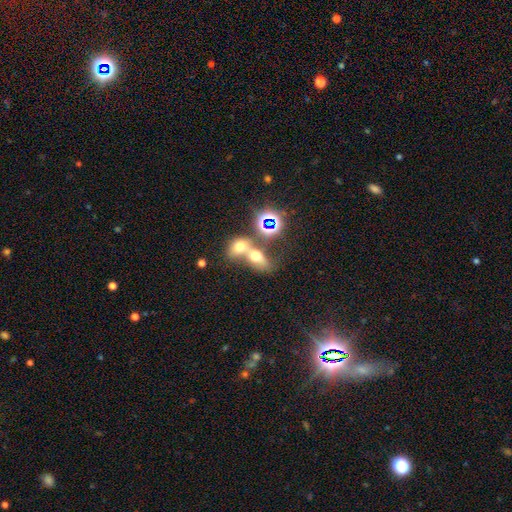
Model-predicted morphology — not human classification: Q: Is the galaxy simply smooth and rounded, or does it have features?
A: smooth — 59%.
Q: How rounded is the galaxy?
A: in between — 68%.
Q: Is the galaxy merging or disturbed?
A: merger — 63%.